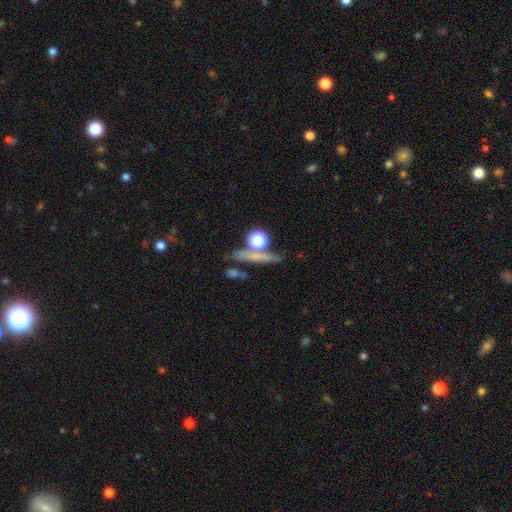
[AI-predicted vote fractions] This appears to be a smooth galaxy with no disk features (51%) that is cigar-shaped (58%). Merging: none (68%).